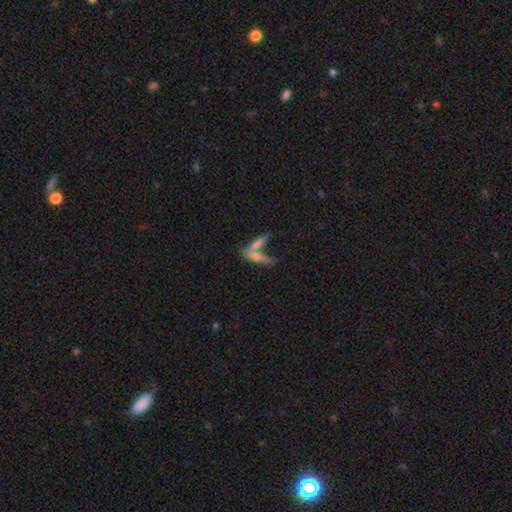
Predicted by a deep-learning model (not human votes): Smooth or featured? Predicted: smooth (p=0.61). How rounded? Predicted: cigar-shaped (p=0.61). Merging? Predicted: merger (p=0.54).